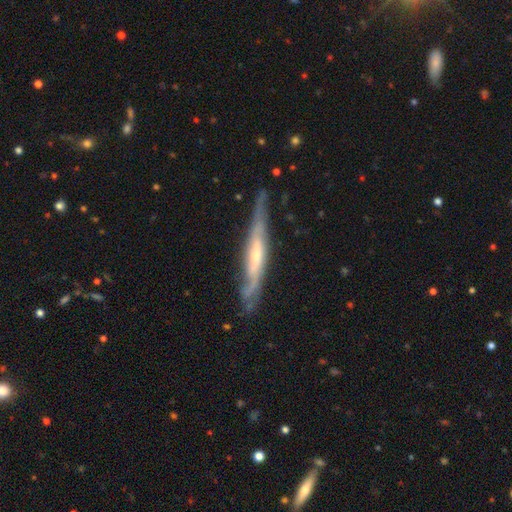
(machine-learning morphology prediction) The model was most divided on "edge-on bulge": rounded: 50%, none: 40%, boxy: 10%. More confident: smooth or featured — featured or disk (77%); edge-on disk — yes (72%); merging — none (70%).